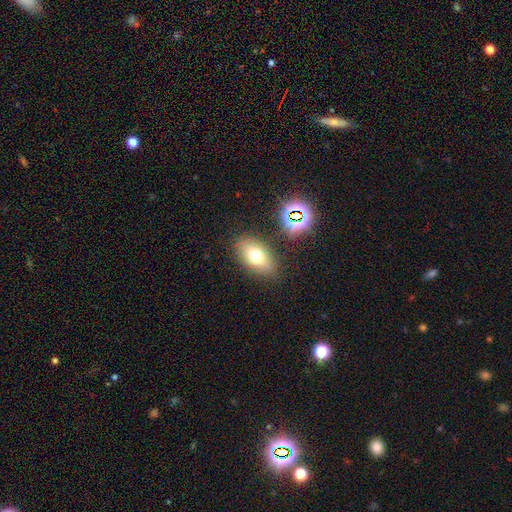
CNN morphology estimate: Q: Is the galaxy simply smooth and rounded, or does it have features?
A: smooth — 69%.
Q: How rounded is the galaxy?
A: in between — 87%.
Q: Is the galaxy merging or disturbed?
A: none — 81%.